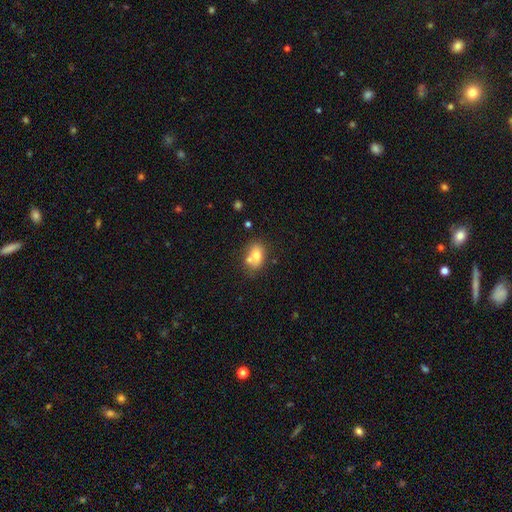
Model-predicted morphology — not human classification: Smooth or featured?
  - smooth: 72% *
  - featured or disk: 18%
  - star or artifact: 10%
How rounded?
  - in between: 71% *
  - round: 27%
  - cigar-shaped: 2%
Merging?
  - none: 49% *
  - merger: 31%
  - minor disturbance: 15%
  - major disturbance: 5%